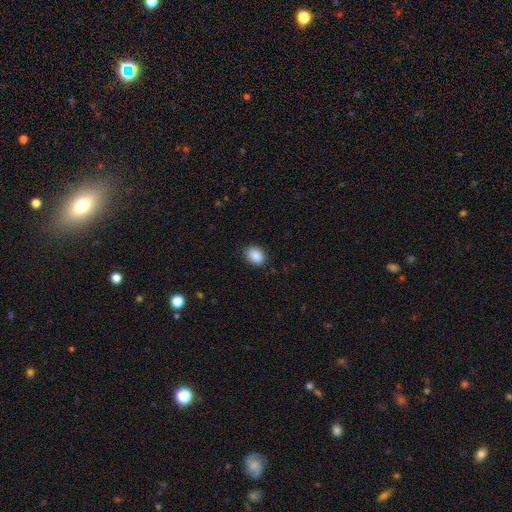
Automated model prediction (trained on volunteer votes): smooth-or-featured: smooth: 89% | star or artifact: 8% | featured or disk: 3%
  how-rounded: in between: 67% | round: 32% | cigar-shaped: 1%
  merging: none: 86% | minor disturbance: 10% | major disturbance: 2% | merger: 1%